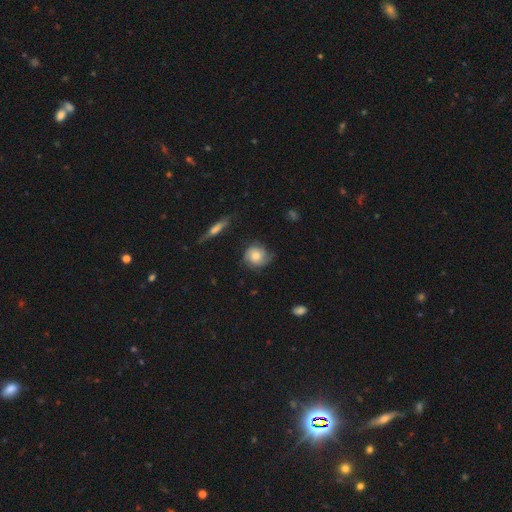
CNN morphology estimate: type=smooth (47%); merging=none (62%).